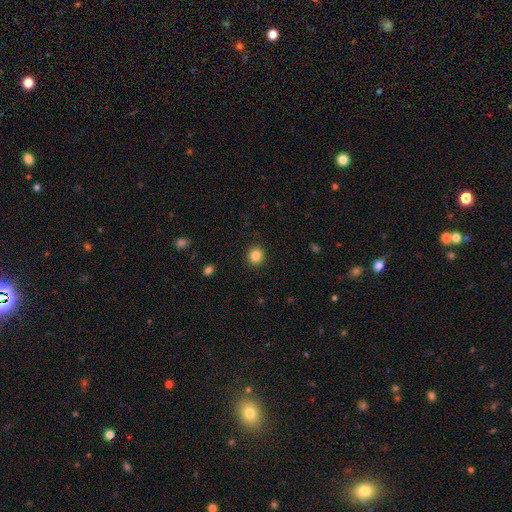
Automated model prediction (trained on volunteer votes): smooth-or-featured: smooth: 84% | star or artifact: 11% | featured or disk: 5%
  how-rounded: round: 89% | in between: 10% | cigar-shaped: 1%
  merging: none: 92% | minor disturbance: 5% | major disturbance: 2% | merger: 1%